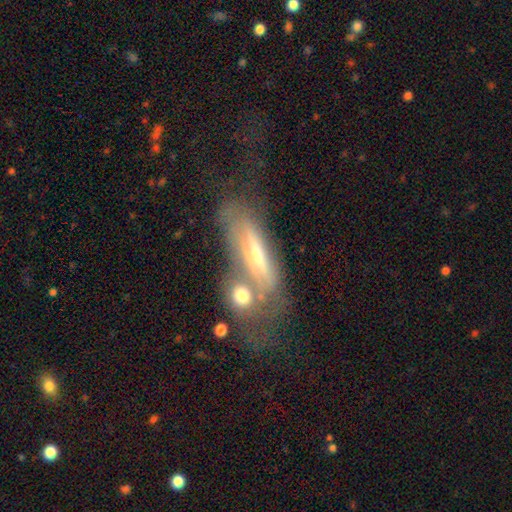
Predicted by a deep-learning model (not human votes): This appears to be a featured or disk galaxy (54%). Merging: merger (38%).